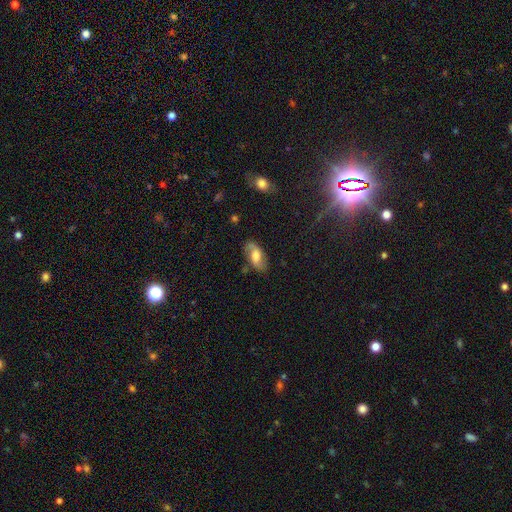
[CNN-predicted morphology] Overall: featured or disk (51%; smooth 41%). Edge-on disk: no (90%). Merging: none (74%).